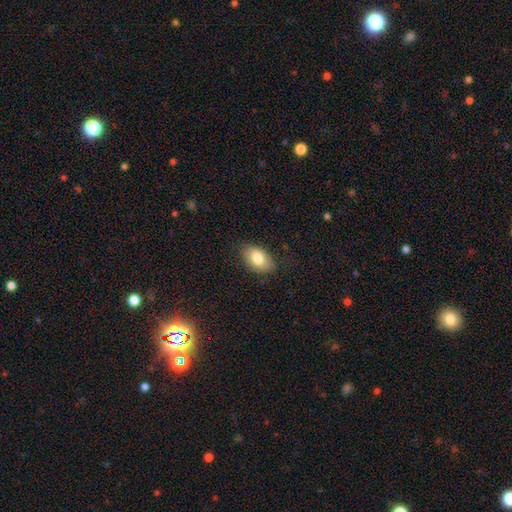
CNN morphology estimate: smooth_or_featured: smooth (p=0.79) [alt: featured or disk p=0.12]
how_rounded: in between (p=0.88) [alt: round p=0.10]
merging: none (p=0.84) [alt: minor disturbance p=0.13]